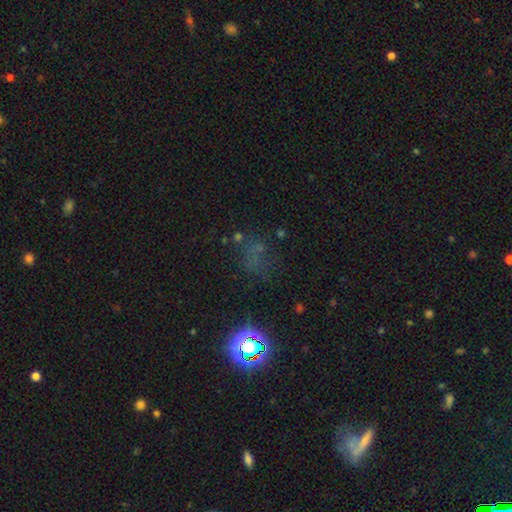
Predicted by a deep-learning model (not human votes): The model was most divided on "smooth or featured": star or artifact: 52%, smooth: 31%, featured or disk: 16%.